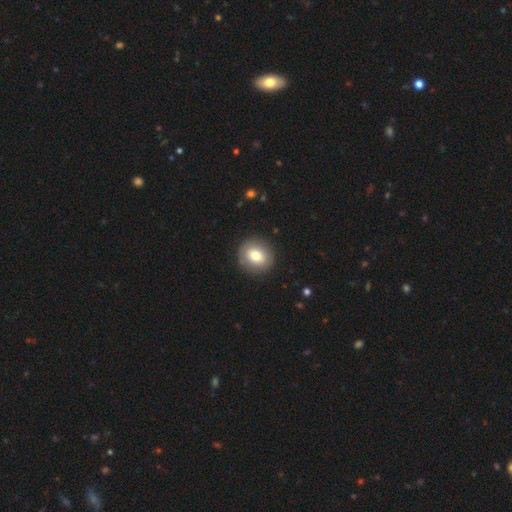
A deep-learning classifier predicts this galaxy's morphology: Overall: smooth (74%). How rounded: round (83%). Merging: none (89%).